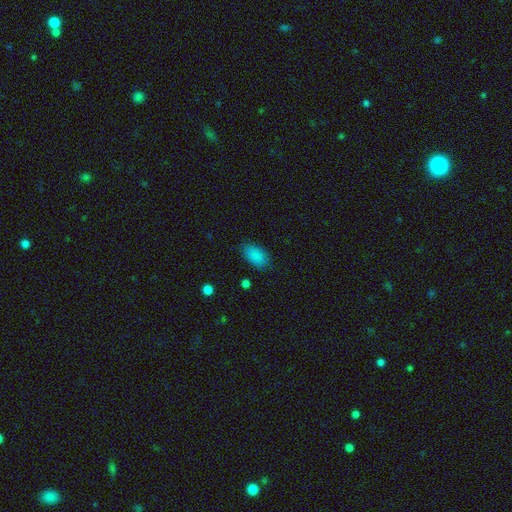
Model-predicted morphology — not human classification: smooth_or_featured: smooth (p=0.87) [alt: star or artifact p=0.08]
how_rounded: in between (p=0.93) [alt: round p=0.05]
merging: none (p=0.80) [alt: minor disturbance p=0.15]